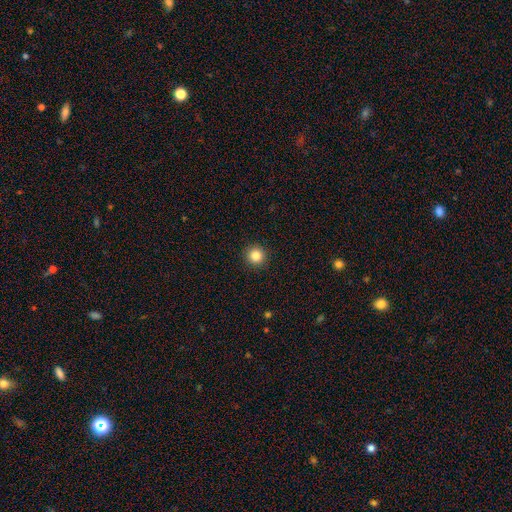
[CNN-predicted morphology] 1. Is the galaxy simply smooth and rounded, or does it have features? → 84% smooth, 11% star or artifact, 5% featured or disk.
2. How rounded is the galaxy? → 95% round, 4% in between, 1% cigar-shaped.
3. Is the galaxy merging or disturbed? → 93% none, 5% minor disturbance, 2% major disturbance, 1% merger.